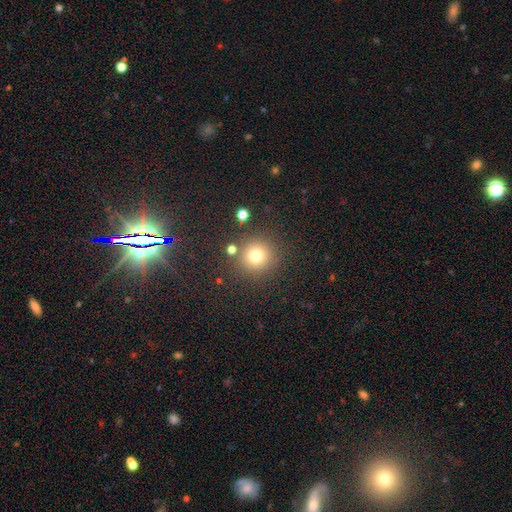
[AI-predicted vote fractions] smooth-or-featured: smooth: 76% | star or artifact: 16% | featured or disk: 8%
  how-rounded: round: 93% | in between: 6% | cigar-shaped: 1%
  merging: none: 84% | minor disturbance: 7% | merger: 5% | major disturbance: 3%